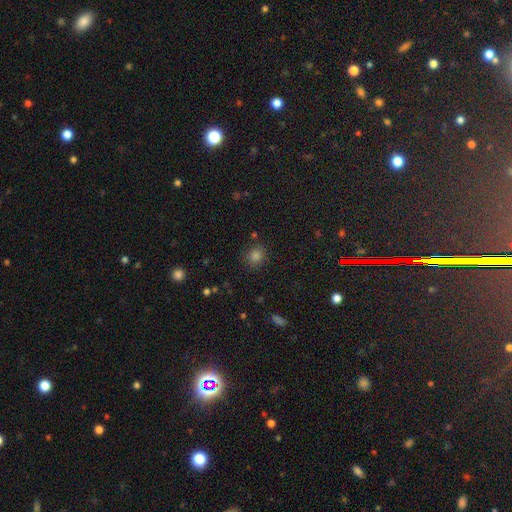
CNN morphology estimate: Smooth or featured? smooth (78%)
How rounded? round (75%)
Merging? none (84%)